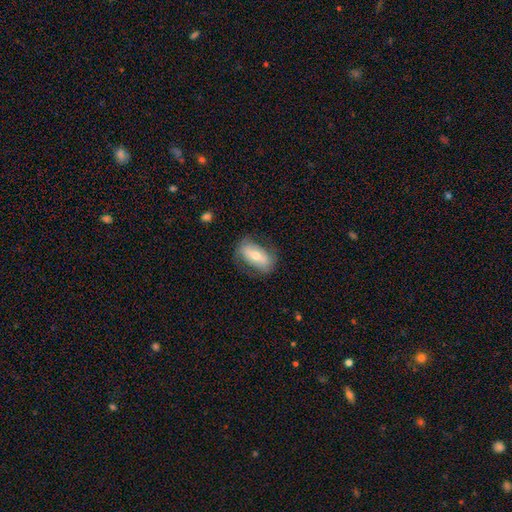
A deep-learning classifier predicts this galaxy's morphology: Smooth or featured? smooth (56%)
How rounded? in between (86%)
Merging? none (72%)